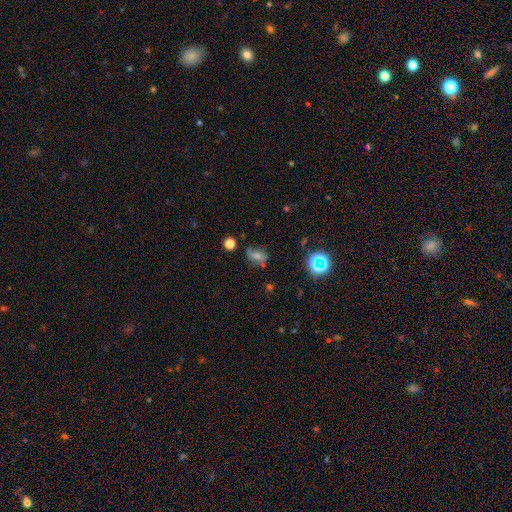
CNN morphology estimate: Smooth or featured: smooth — 39% (featured or disk — 32%)
Merging: none — 62% (minor disturbance — 22%)